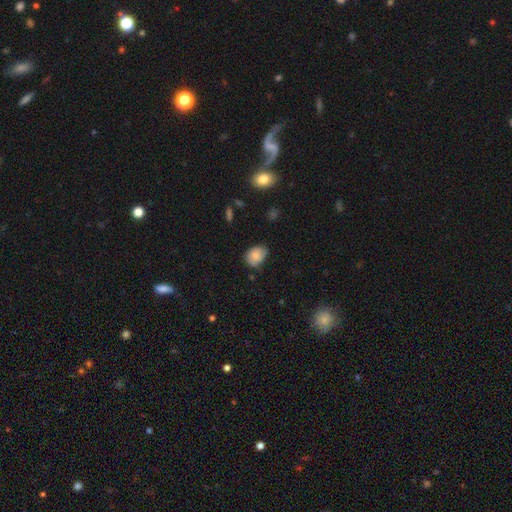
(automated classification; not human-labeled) smooth_or_featured: smooth (p=0.80) [alt: featured or disk p=0.12]
how_rounded: in between (p=0.66) [alt: round p=0.33]
merging: none (p=0.60) [alt: minor disturbance p=0.33]